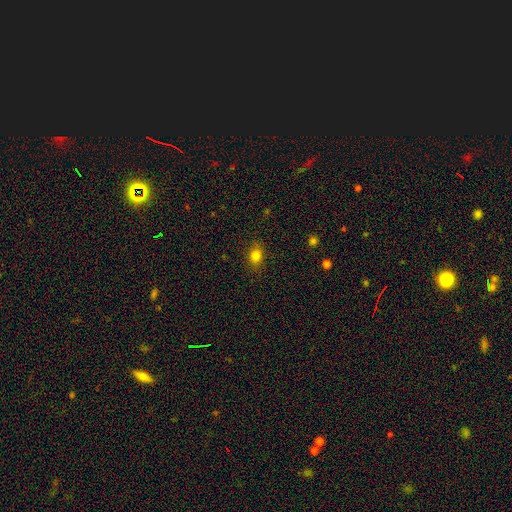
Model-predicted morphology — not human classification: Overall: smooth (81%). How rounded: in between (59%; round 39%). Merging: none (85%).